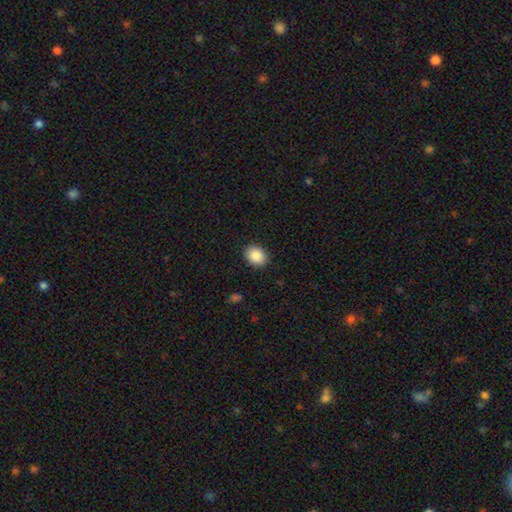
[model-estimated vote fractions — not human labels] Q: Smooth or featured?
A: smooth (88%); runner-up: star or artifact (8%)
Q: How rounded?
A: round (53%); runner-up: in between (46%)
Q: Merging?
A: none (90%); runner-up: minor disturbance (7%)